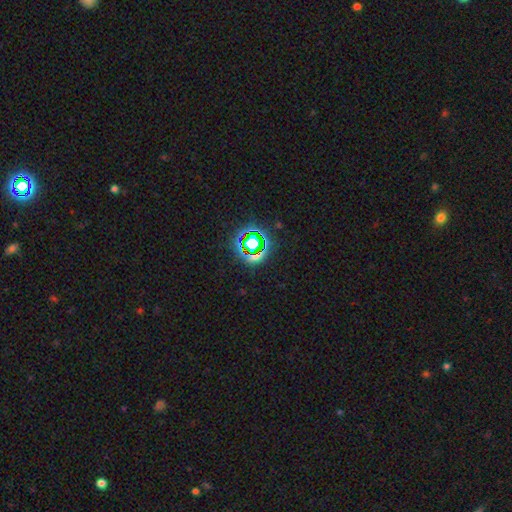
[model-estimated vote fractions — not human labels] Q: Smooth or featured?
A: star or artifact (70%); runner-up: smooth (19%)